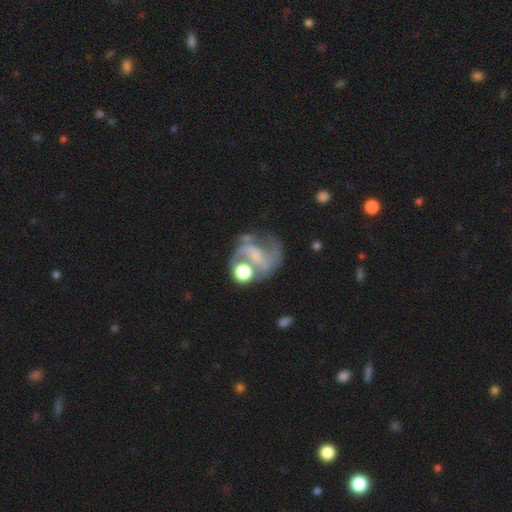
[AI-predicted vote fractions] Overall: featured or disk (80%). Edge-on disk: no (98%). Bar: weak (43%; no 38%). Spiral arms: yes (92%). Spiral arm count: 2 (84%). Spiral winding: medium (49%; loose 38%). Bulge size: small (39%; moderate 28%). Merging: none (47%; major disturbance 19%).